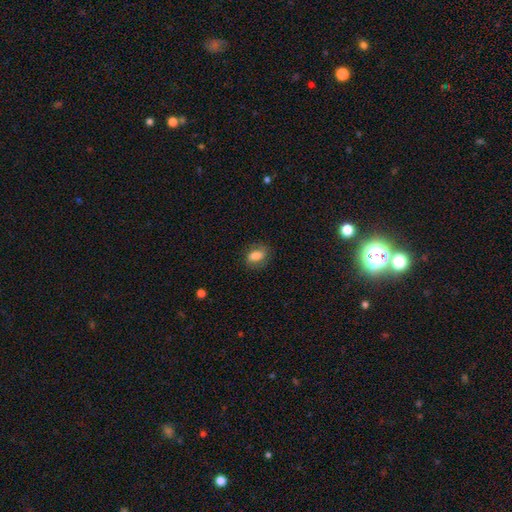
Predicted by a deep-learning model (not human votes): Smooth or featured? smooth (72%)
How rounded? in between (81%)
Merging? none (76%)